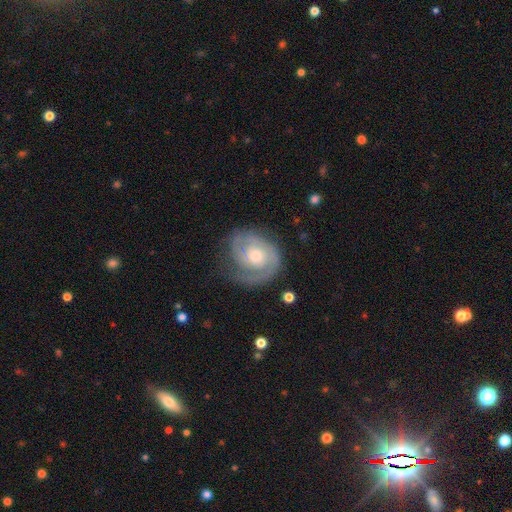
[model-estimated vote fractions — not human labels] Overall: featured or disk (81%). Edge-on disk: no (98%). Bar: no (73%). Spiral arms: yes (93%). Spiral arm count: 2 (45%; 1 26%). Spiral winding: tight (61%; medium 30%). Bulge size: moderate (56%; small 37%). Merging: none (67%).